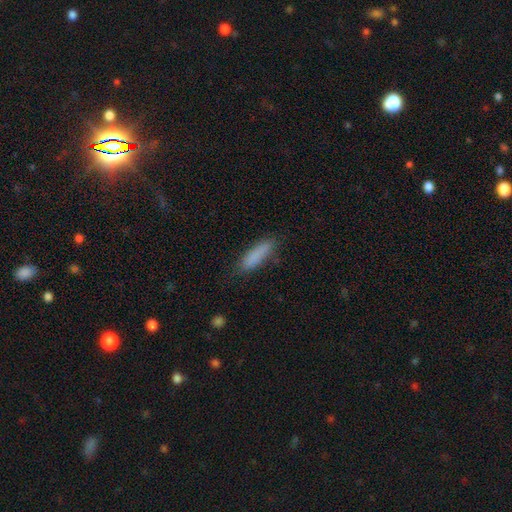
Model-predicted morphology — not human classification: Overall: smooth (85%). How rounded: cigar-shaped (68%; in between 31%). Merging: none (79%).